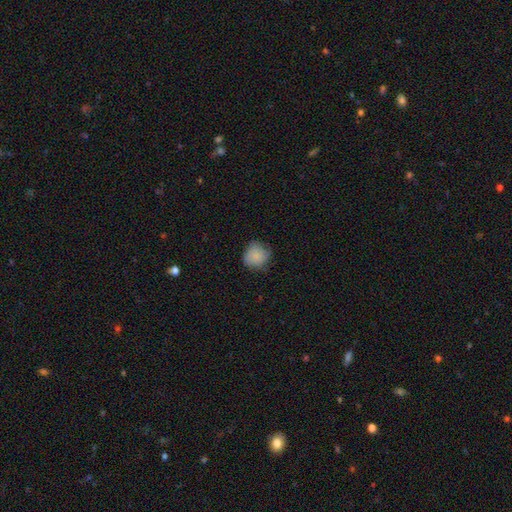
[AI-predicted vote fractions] Q: Smooth or featured?
A: smooth (83%); runner-up: featured or disk (9%)
Q: How rounded?
A: round (85%); runner-up: in between (14%)
Q: Merging?
A: none (69%); runner-up: minor disturbance (24%)